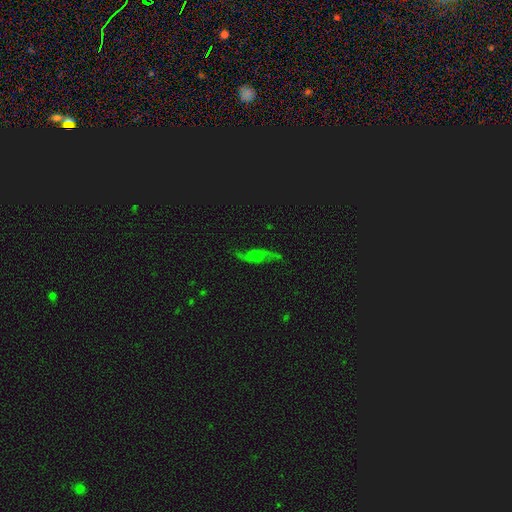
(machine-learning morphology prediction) smooth-or-featured: featured or disk: 66% | smooth: 22% | star or artifact: 12%
  disk-edge-on: no: 87% | yes: 13%
    bar: no: 63% | weak: 28% | strong: 9%
    has-spiral-arms: yes: 90% | no: 10%
      spiral-winding: loose: 85% | medium: 12% | tight: 4%
      spiral-arm-count: 2: 91% | 1: 3% | can't tell: 3% | 3: 1% | 4: 1% | more than 4: 1%
    bulge-size: none: 49% | small: 23% | moderate: 17% | large: 8% | dominant: 3%
  merging: none: 64% | minor disturbance: 20% | major disturbance: 13% | merger: 3%